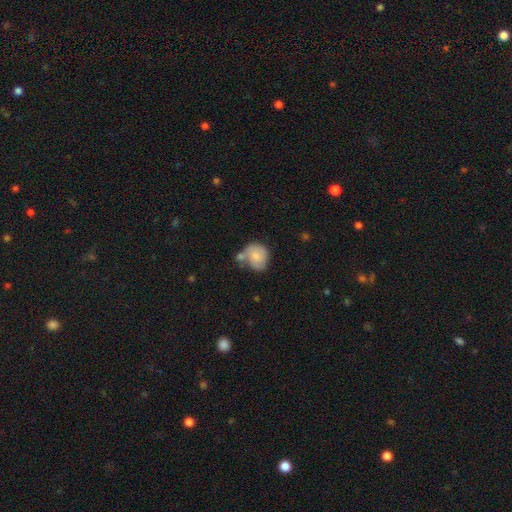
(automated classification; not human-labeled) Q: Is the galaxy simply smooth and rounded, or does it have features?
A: smooth — 73%.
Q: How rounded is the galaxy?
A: round — 63%.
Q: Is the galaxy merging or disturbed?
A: none — 39%.